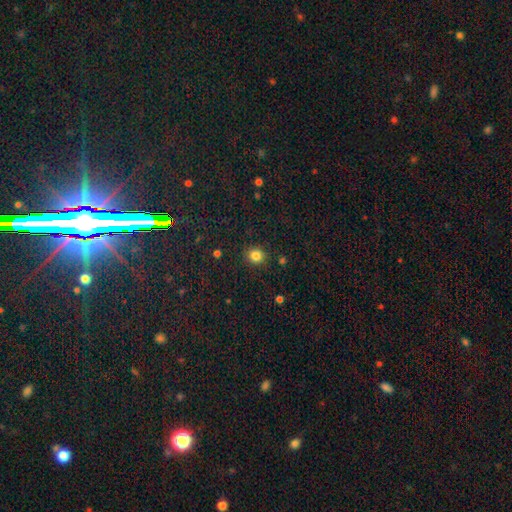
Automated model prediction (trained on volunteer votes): A smooth galaxy with no disk features (83%) that is round (82%). Merging: none (89%).